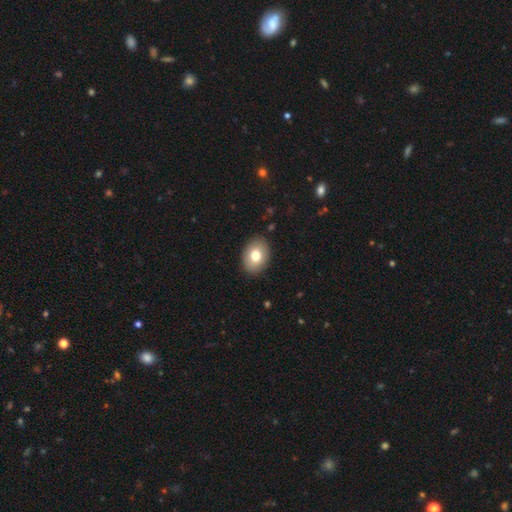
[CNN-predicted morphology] type=smooth (76%); roundness=in between (72%); merging=none (89%).